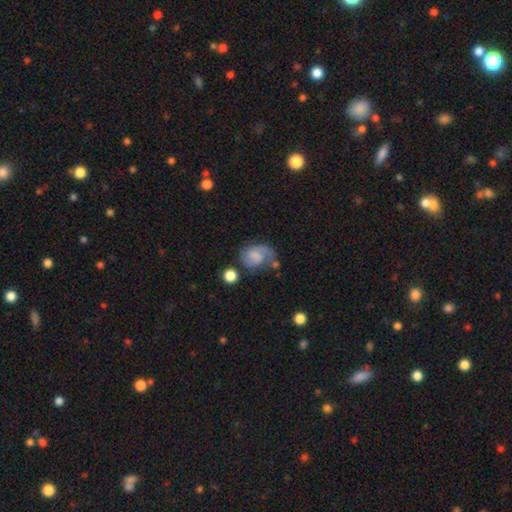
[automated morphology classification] Overall: featured or disk (52%; smooth 38%). Edge-on disk: no (97%). Bar: no (46%; weak 44%). Spiral arms: yes (85%). Bulge size: none (45%; small 26%). Merging: none (43%; minor disturbance 25%).